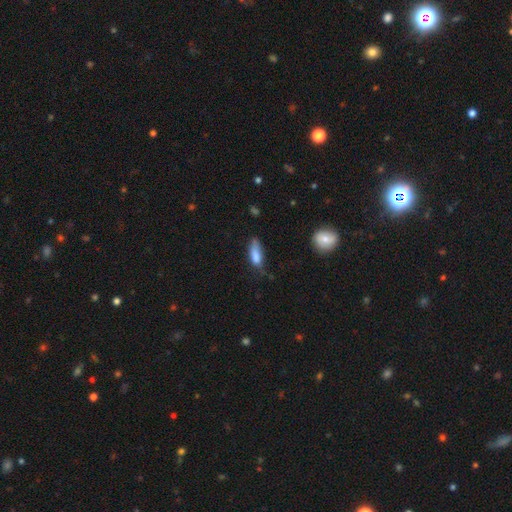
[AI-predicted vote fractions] This appears to be a smooth galaxy with no disk features (81%) that is in between round and cigar-shaped (67%). Merging: none (42%).